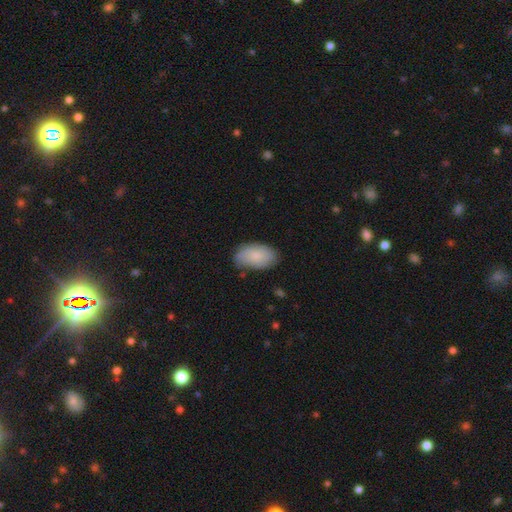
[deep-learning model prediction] A smooth galaxy with no disk features (75%) that is in between round and cigar-shaped (94%). Merging: none (74%).